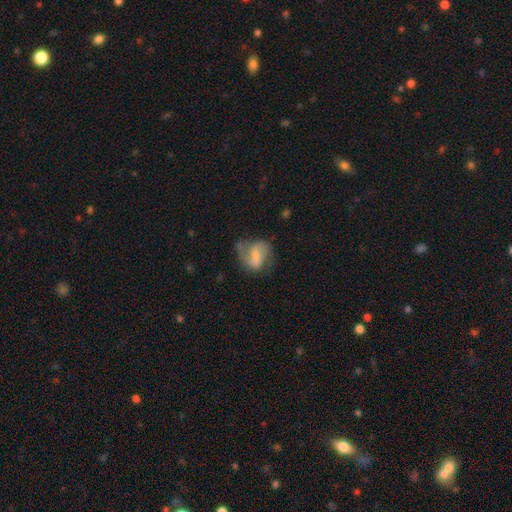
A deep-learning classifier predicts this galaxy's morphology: smooth-or-featured: featured or disk: 54% | smooth: 39% | star or artifact: 8%
  disk-edge-on: no: 97% | yes: 3%
    bar: weak: 48% | no: 32% | strong: 20%
    has-spiral-arms: yes: 81% | no: 19%
    bulge-size: small: 35% | moderate: 30% | none: 25% | large: 8% | dominant: 2%
  merging: none: 50% | minor disturbance: 28% | major disturbance: 18% | merger: 4%